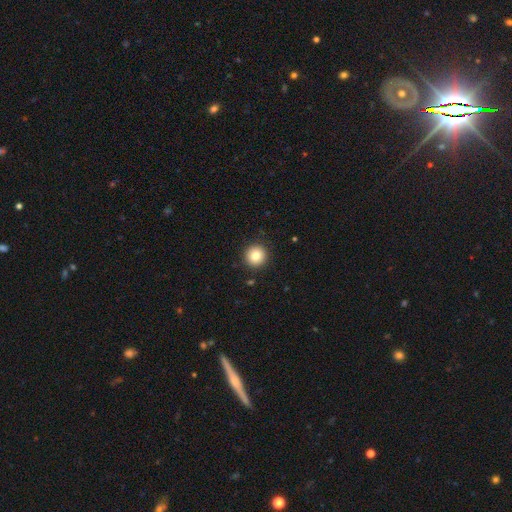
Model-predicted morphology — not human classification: This is clearly a smooth galaxy (82%). How rounded: clearly round (95%). Merging: clearly none (91%).